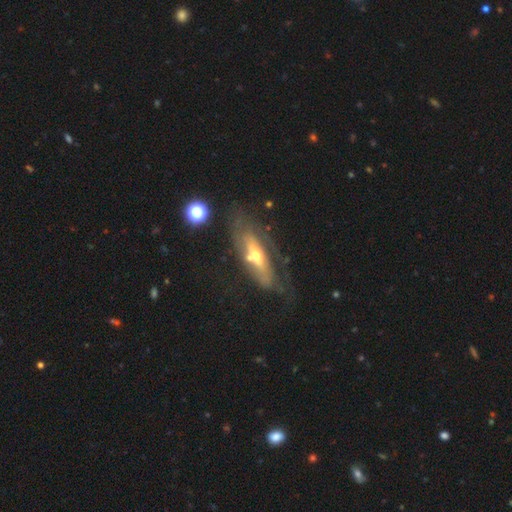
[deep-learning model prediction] Overall: featured or disk (69%). Edge-on disk: no (55%; yes 45%). Merging: none (51%; minor disturbance 23%).